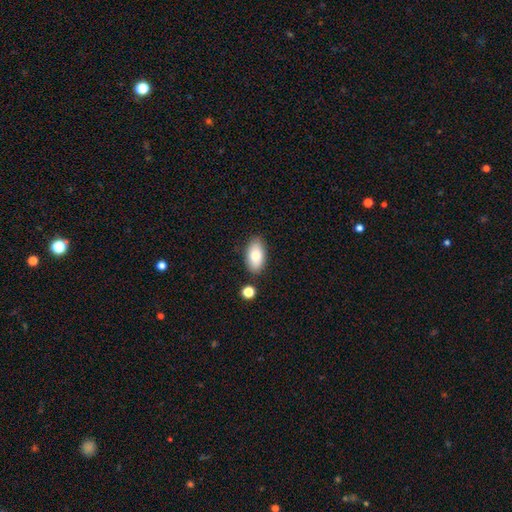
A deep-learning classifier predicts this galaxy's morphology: type=smooth (82%); roundness=in between (93%); merging=none (81%).